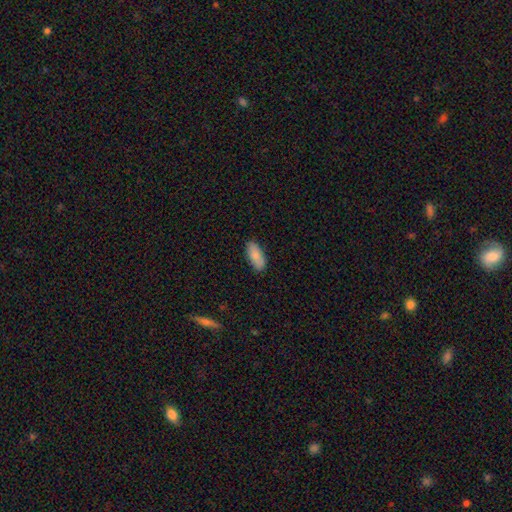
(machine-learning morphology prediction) Smooth or featured: smooth — 86% (featured or disk — 8%)
How rounded: in between — 87% (cigar-shaped — 11%)
Merging: none — 87% (minor disturbance — 10%)